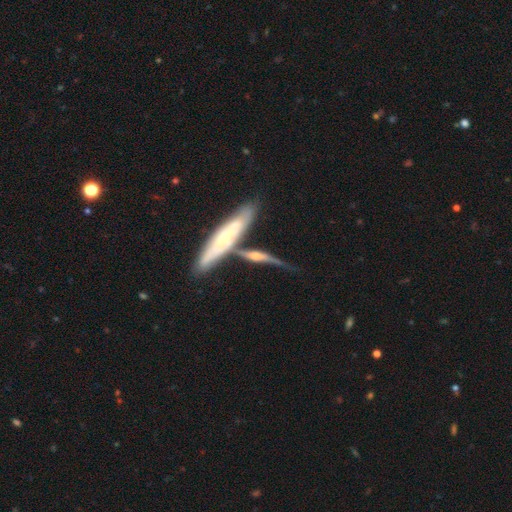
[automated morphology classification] This is likely a featured or disk galaxy (69%). It is clearly viewed edge-on (88%). Edge-on bulge: likely rounded (74%). Merging: possibly none (53%).